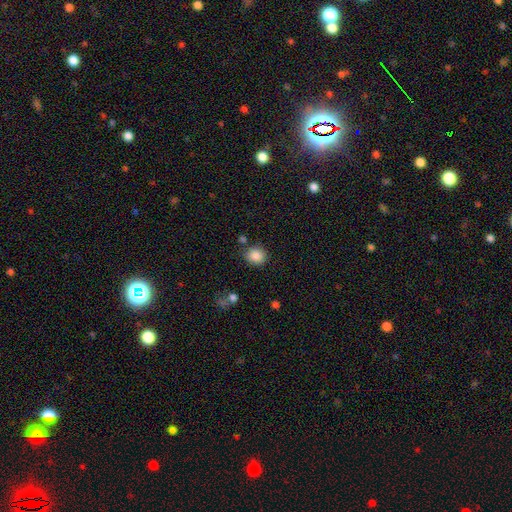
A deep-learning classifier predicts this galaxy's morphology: smooth-or-featured: smooth: 87% | star or artifact: 9% | featured or disk: 4%
  how-rounded: round: 75% | in between: 24% | cigar-shaped: 1%
  merging: none: 78% | minor disturbance: 12% | merger: 6% | major disturbance: 4%